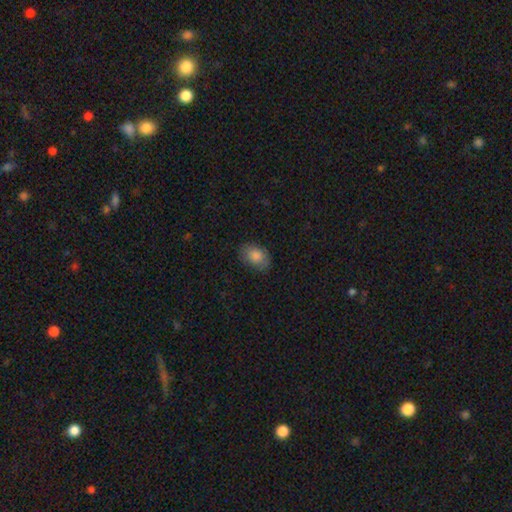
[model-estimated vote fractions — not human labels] Smooth or featured? Predicted: smooth (p=0.83). How rounded? Predicted: in between (p=0.82). Merging? Predicted: none (p=0.78).